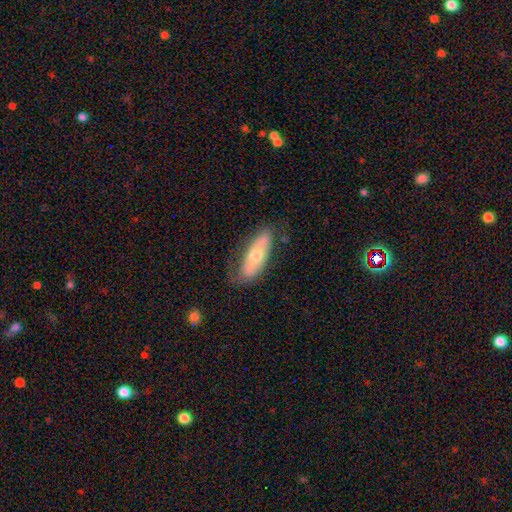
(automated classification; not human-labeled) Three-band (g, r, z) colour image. It shows a smooth galaxy with no disk features (56%) that is in between round and cigar-shaped (71%). Merging: none (65%).